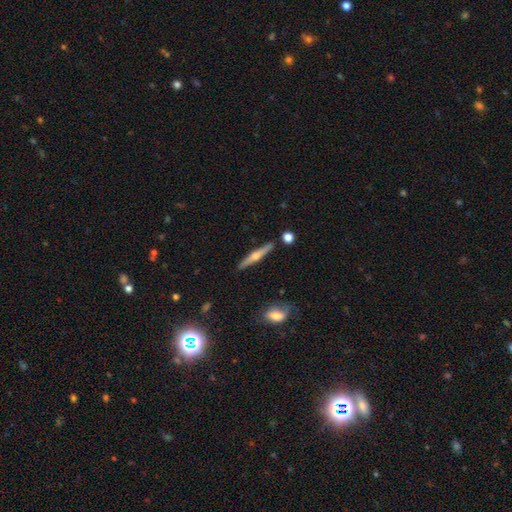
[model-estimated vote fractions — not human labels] featured or disk 68%, smooth 26%, star or artifact 6%. Down the decision tree: edge-on disk — yes (97%); edge-on bulge — rounded (91%); merging — none (89%).